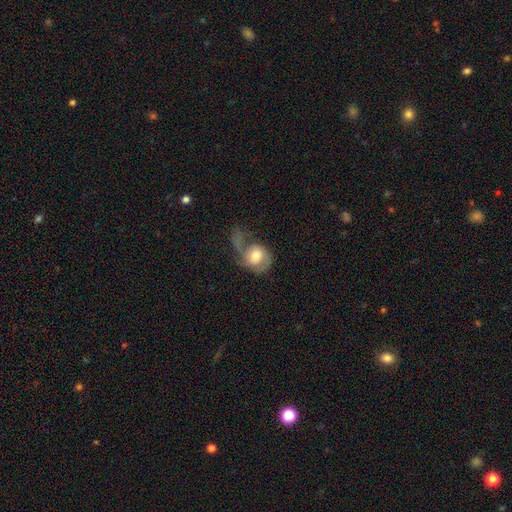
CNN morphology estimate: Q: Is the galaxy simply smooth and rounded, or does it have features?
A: featured or disk — 49%.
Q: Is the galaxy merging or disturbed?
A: major disturbance — 52%.